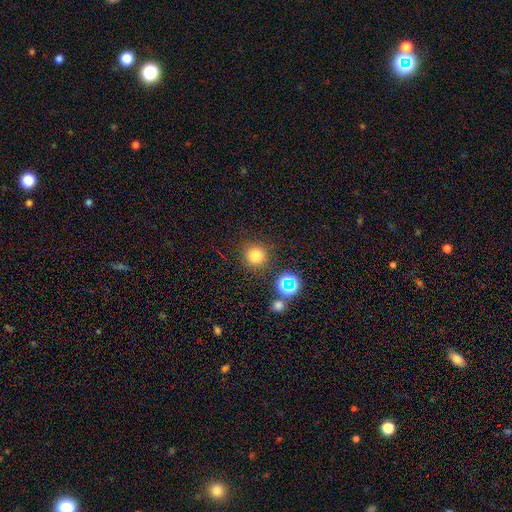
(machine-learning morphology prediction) Smooth or featured: smooth — 76% (star or artifact — 18%)
How rounded: round — 92% (in between — 7%)
Merging: none — 84% (minor disturbance — 9%)